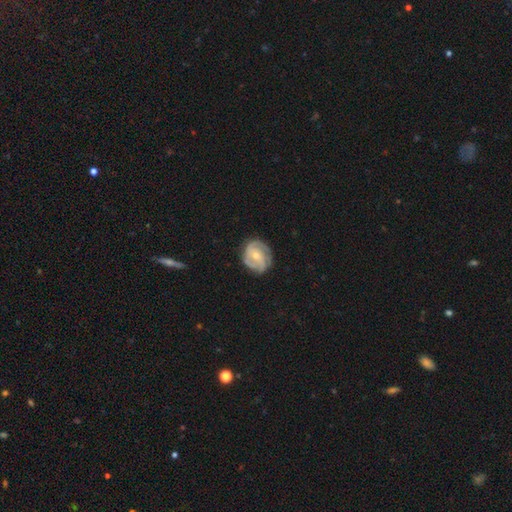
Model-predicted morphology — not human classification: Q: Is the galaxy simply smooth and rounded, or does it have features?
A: featured or disk — 82%.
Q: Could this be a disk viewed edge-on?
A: no — 98%.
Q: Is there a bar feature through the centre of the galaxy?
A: no — 50%.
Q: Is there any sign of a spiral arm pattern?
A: yes — 95%.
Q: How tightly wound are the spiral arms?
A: tight — 52%.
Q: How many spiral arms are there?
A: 2 — 39%.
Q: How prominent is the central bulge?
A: small — 57%.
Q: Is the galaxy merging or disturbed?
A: none — 73%.